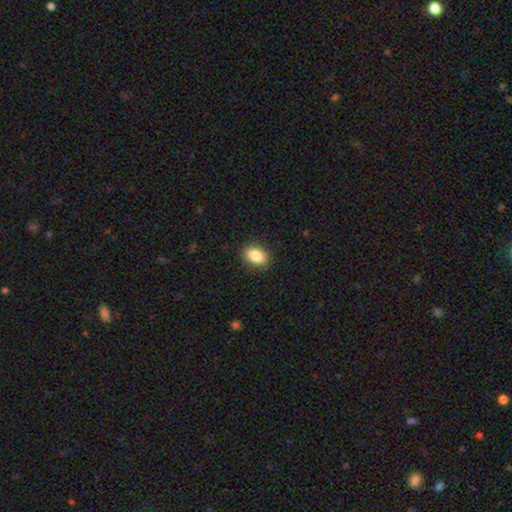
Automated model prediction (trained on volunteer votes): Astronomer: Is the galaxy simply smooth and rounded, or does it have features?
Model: smooth — 86%.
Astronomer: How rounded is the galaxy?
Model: in between — 80%.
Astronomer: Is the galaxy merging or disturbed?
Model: none — 88%.